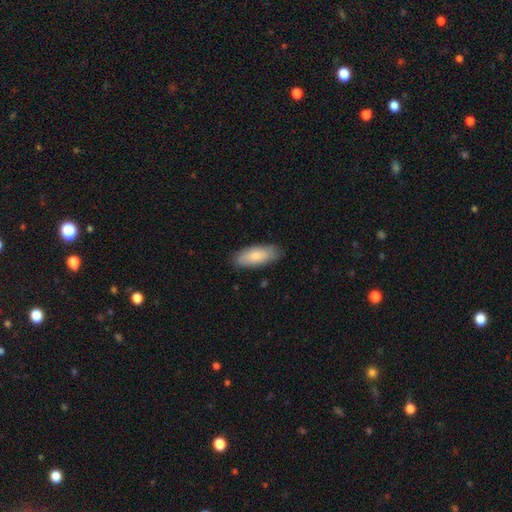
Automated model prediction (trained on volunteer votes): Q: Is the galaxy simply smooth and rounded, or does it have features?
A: smooth — 80%.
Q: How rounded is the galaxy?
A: in between — 82%.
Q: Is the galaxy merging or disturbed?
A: none — 82%.